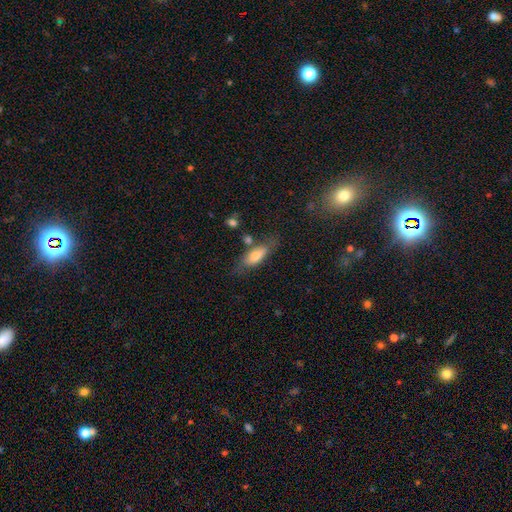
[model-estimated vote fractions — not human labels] Overall: smooth (72%). How rounded: in between (68%; cigar-shaped 29%). Merging: none (64%).